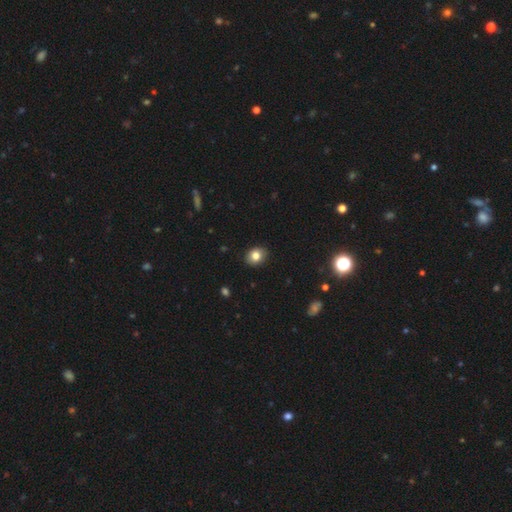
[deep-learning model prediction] Smooth or featured? Predicted: smooth (p=0.83). How rounded? Predicted: in between (p=0.51). Merging? Predicted: none (p=0.88).